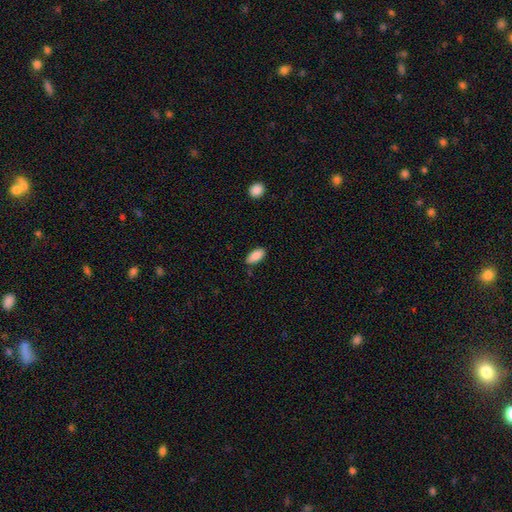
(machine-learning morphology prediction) A smooth galaxy with no disk features (89%) that is in between round and cigar-shaped (90%).

Vote fractions:
- Smooth or featured? smooth: 89% / star or artifact: 7% / featured or disk: 5%
- How rounded? in between: 90% / cigar-shaped: 8% / round: 2%
- Merging? none: 83% / minor disturbance: 13% / major disturbance: 2% / merger: 2%